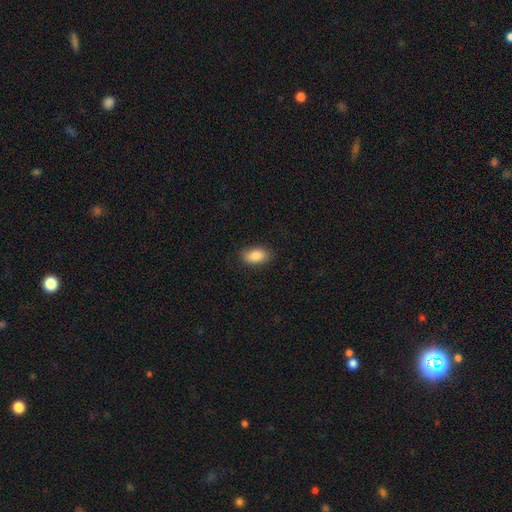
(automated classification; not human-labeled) Smooth or featured? smooth (88%)
How rounded? in between (92%)
Merging? none (85%)